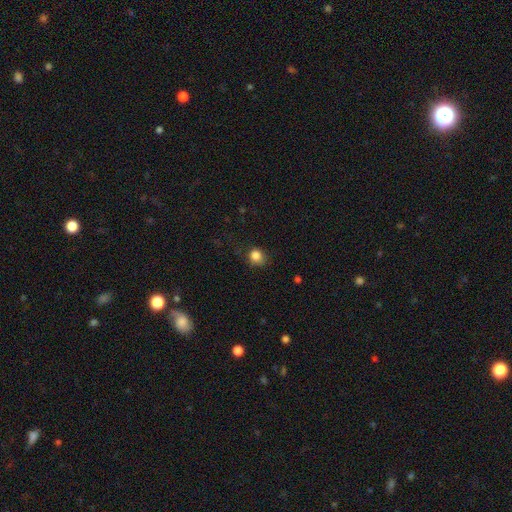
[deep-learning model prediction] smooth-or-featured: smooth: 83% | star or artifact: 12% | featured or disk: 5%
  how-rounded: round: 74% | in between: 25% | cigar-shaped: 1%
  merging: none: 68% | minor disturbance: 23% | major disturbance: 7% | merger: 1%